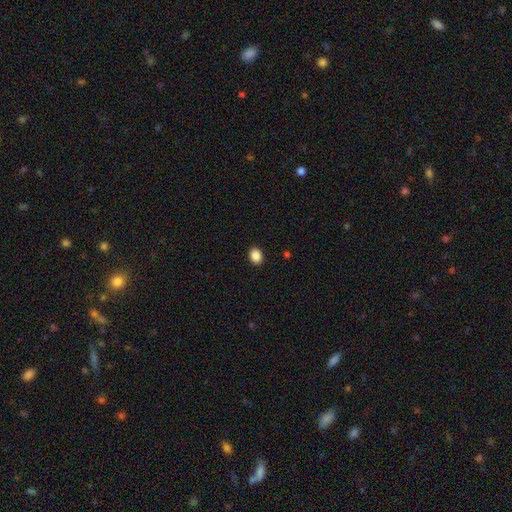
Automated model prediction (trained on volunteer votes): smooth_or_featured: smooth (p=0.88) [alt: star or artifact p=0.09]
how_rounded: in between (p=0.65) [alt: round p=0.34]
merging: none (p=0.91) [alt: minor disturbance p=0.06]